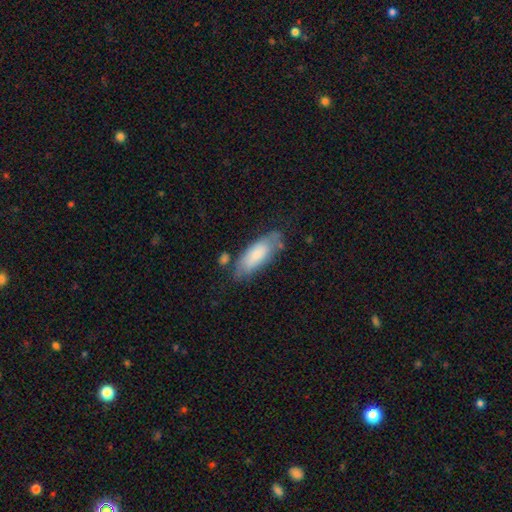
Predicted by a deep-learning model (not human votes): Morphology: type=smooth (72%); roundness=in between (71%); merging=none (65%).